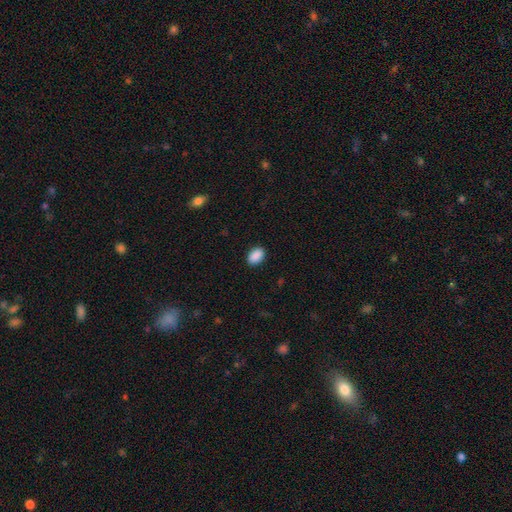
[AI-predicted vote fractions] The model was most divided on "how rounded": in between: 88%, round: 11%, cigar-shaped: 1%. More confident: smooth or featured — smooth (90%); merging — none (89%).